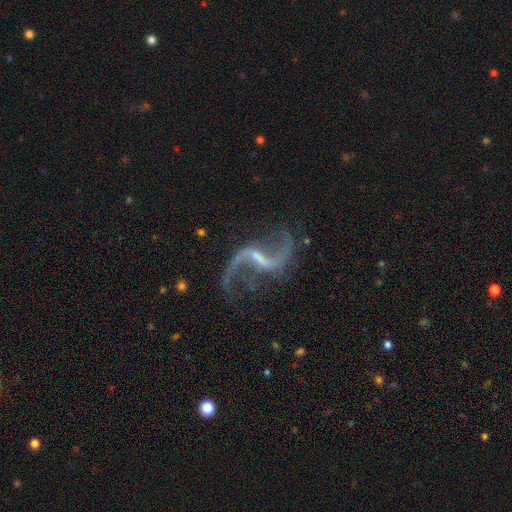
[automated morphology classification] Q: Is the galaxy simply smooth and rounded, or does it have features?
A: featured or disk — 92%.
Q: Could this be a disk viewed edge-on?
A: no — 97%.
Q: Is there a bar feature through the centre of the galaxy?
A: weak — 47%.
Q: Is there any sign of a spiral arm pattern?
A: yes — 98%.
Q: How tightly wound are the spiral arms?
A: loose — 89%.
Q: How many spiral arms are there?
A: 2 — 94%.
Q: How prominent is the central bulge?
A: small — 65%.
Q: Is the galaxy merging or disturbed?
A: none — 77%.